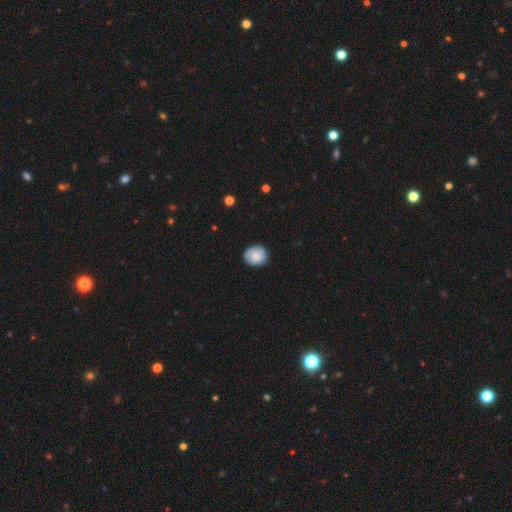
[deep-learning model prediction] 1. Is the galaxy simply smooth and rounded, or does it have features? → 82% smooth, 11% featured or disk, 7% star or artifact.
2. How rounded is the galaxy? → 77% round, 22% in between, 1% cigar-shaped.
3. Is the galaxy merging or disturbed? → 83% none, 13% minor disturbance, 2% major disturbance, 1% merger.